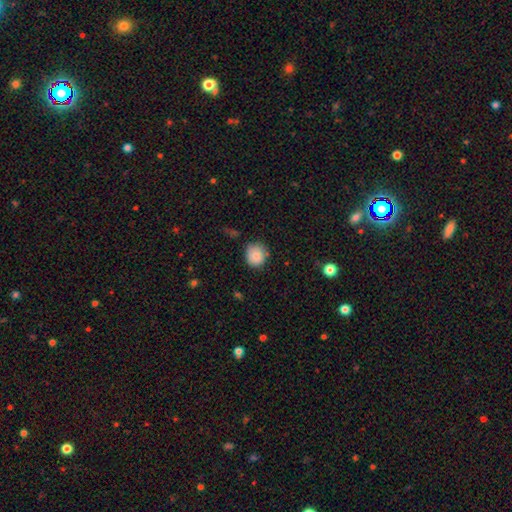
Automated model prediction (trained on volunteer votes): Morphology: type=smooth (84%); roundness=round (84%); merging=none (75%).